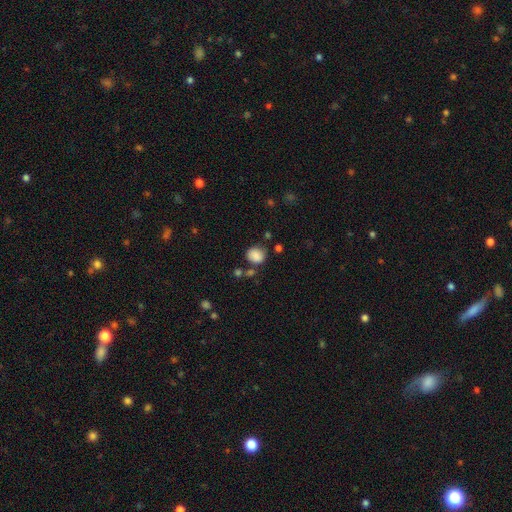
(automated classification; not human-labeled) Smooth or featured? smooth (84%)
How rounded? round (72%)
Merging? none (69%)